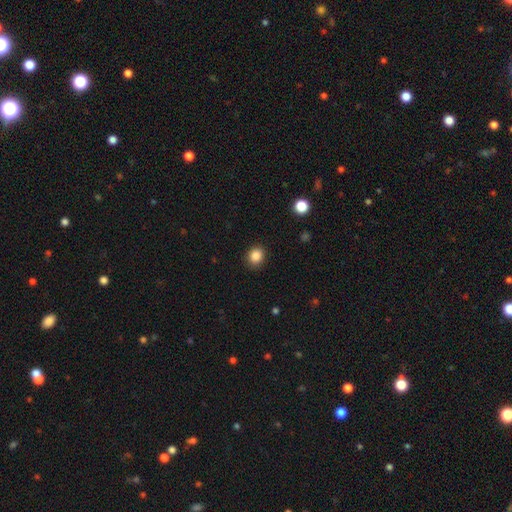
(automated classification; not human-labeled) The model was most divided on "how rounded": round: 72%, in between: 27%, cigar-shaped: 1%. More confident: merging — none (89%); smooth or featured — smooth (87%).